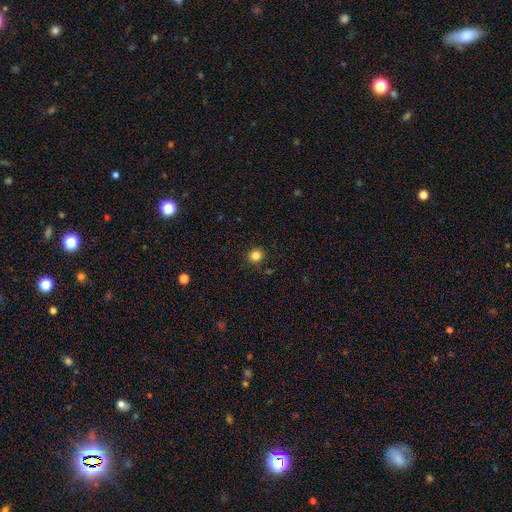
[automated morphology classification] A smooth galaxy with no disk features (83%) that is round (91%). Merging: none (90%).